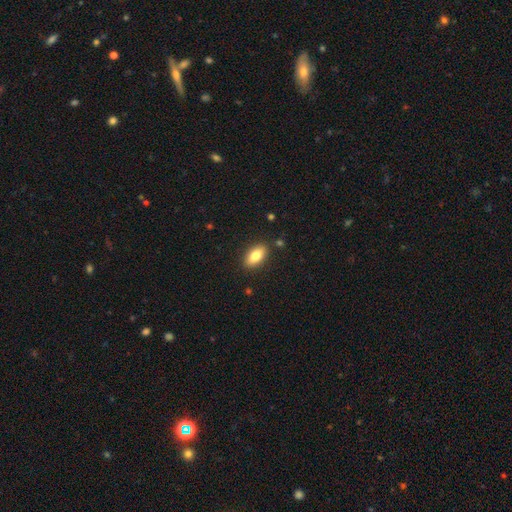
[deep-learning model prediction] The model was most divided on "smooth or featured": smooth: 77%, featured or disk: 16%, star or artifact: 7%. More confident: how rounded — in between (89%); merging — none (88%).